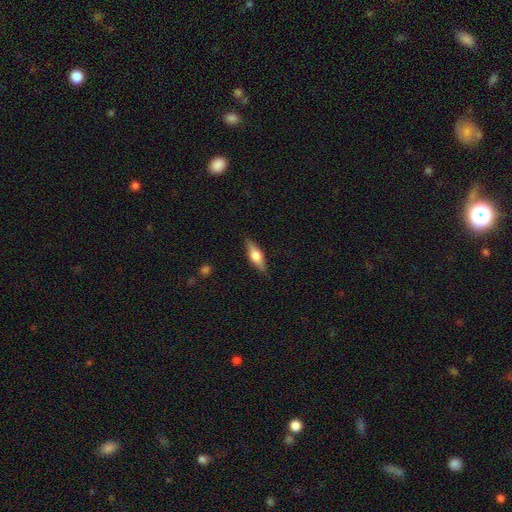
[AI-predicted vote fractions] Morphology: type=featured or disk (48%); merging=none (86%).